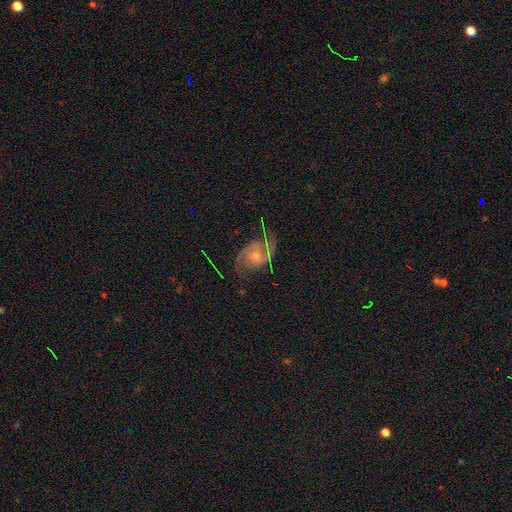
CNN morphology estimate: Smooth or featured: featured or disk — 85% (star or artifact — 8%)
Edge-on disk: no — 97% (yes — 3%)
Bar: no — 62% (weak — 31%)
Spiral arms: yes — 96% (no — 4%)
Spiral winding: medium — 52% (loose — 25%)
Spiral arm count: 2 — 83% (can't tell — 6%)
Bulge size: small — 50% (moderate — 44%)
Merging: none — 68% (minor disturbance — 18%)